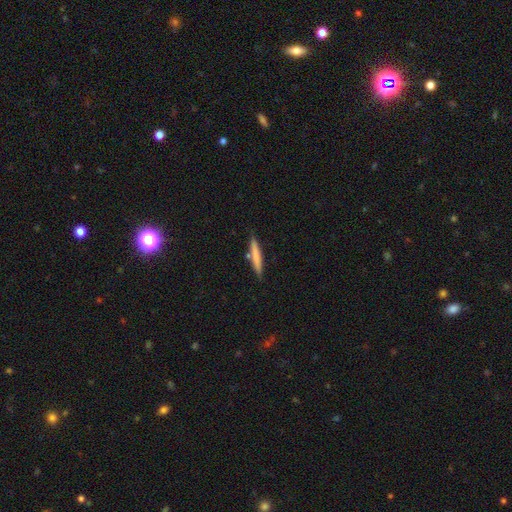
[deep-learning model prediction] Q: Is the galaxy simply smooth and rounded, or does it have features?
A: smooth — 70%.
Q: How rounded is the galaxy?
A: cigar-shaped — 94%.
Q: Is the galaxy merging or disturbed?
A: none — 80%.